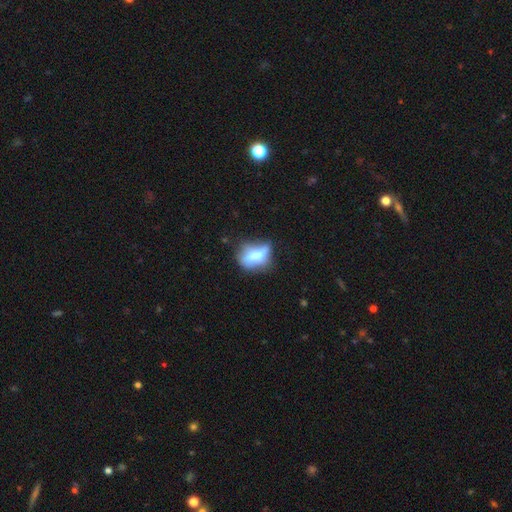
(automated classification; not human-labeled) The model was most divided on "merging": none: 41%, minor disturbance: 27%, major disturbance: 20%, merger: 11%. More confident: how rounded — in between (67%); smooth or featured — smooth (55%).